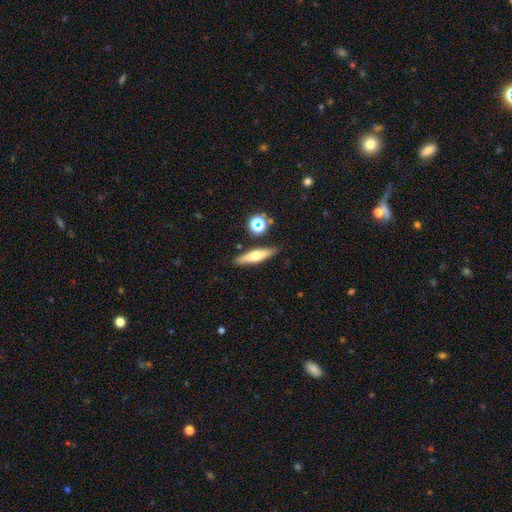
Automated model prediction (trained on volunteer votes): Morphology: type=smooth (47%); merging=none (86%).